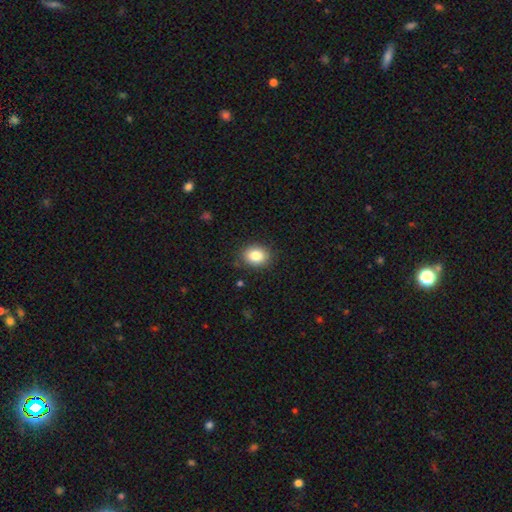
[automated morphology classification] type=smooth (83%); roundness=in between (52%); merging=none (87%).